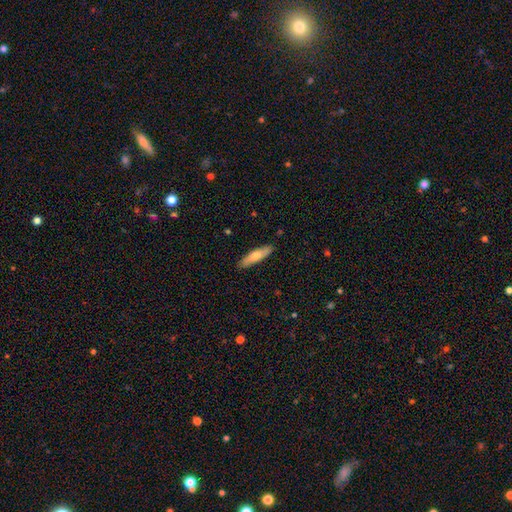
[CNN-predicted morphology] smooth-or-featured: smooth: 69% | featured or disk: 26% | star or artifact: 5%
  how-rounded: cigar-shaped: 75% | in between: 23% | round: 2%
  merging: none: 88% | minor disturbance: 9% | major disturbance: 2% | merger: 1%